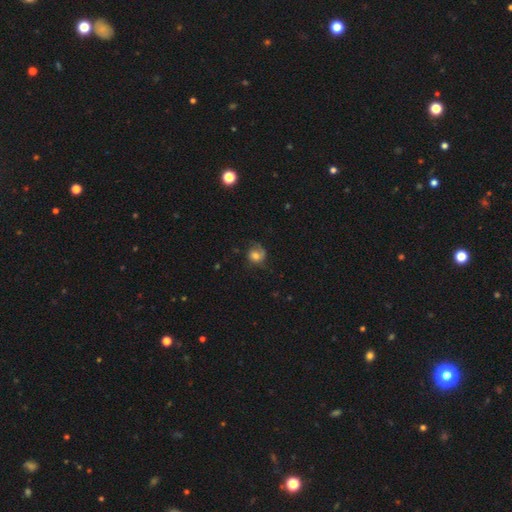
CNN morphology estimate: This is possibly a smooth galaxy (53%). How rounded: likely round (70%). Merging: possibly none (51%).